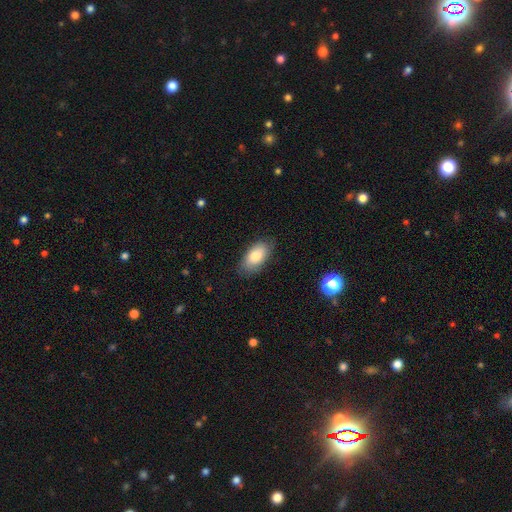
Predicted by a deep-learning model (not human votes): Smooth or featured: smooth — 80% (featured or disk — 13%)
How rounded: in between — 93% (cigar-shaped — 4%)
Merging: none — 80% (minor disturbance — 15%)